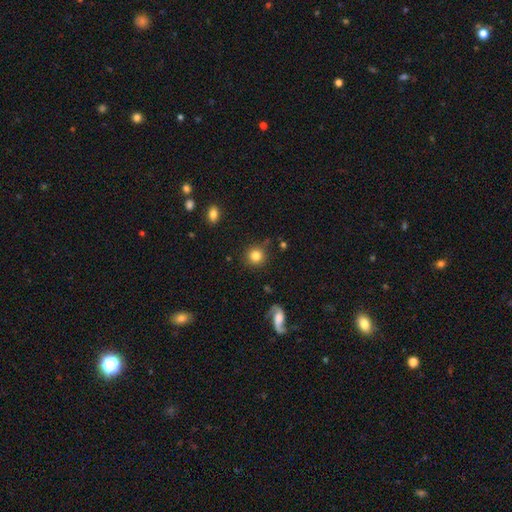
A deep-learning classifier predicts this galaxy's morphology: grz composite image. It shows a smooth galaxy with no disk features (83%) that is round (92%). Merging: none (84%).